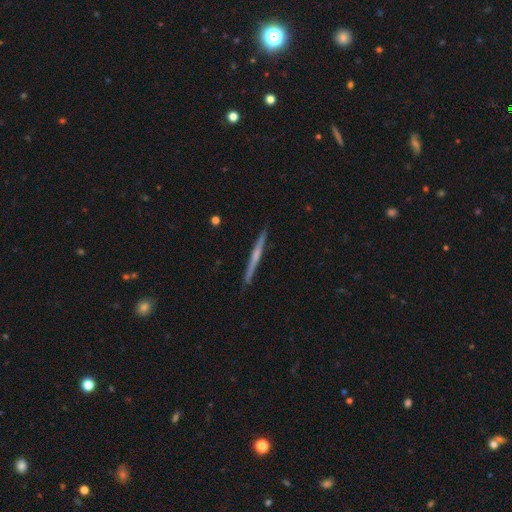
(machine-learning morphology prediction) smooth-or-featured: featured or disk: 64% | smooth: 30% | star or artifact: 6%
  disk-edge-on: yes: 98% | no: 2%
    edge-on-bulge: none: 52% | rounded: 39% | boxy: 9%
  merging: none: 92% | minor disturbance: 6% | major disturbance: 1% | merger: 1%